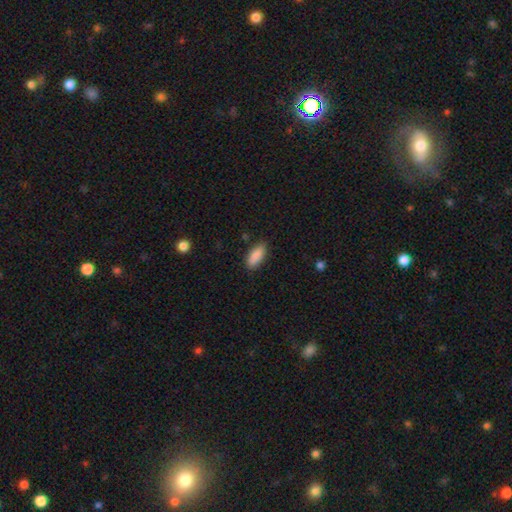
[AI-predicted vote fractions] smooth_or_featured: smooth (p=0.89) [alt: star or artifact p=0.06]
how_rounded: in between (p=0.81) [alt: cigar-shaped p=0.17]
merging: none (p=0.84) [alt: minor disturbance p=0.12]